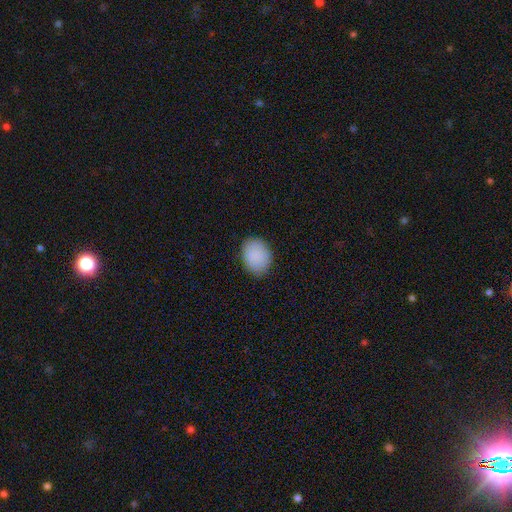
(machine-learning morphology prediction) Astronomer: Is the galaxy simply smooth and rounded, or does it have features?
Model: smooth — 89%.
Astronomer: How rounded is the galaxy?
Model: in between — 58% (runner-up: round, 41%).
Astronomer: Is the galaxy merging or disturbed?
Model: none — 85%.